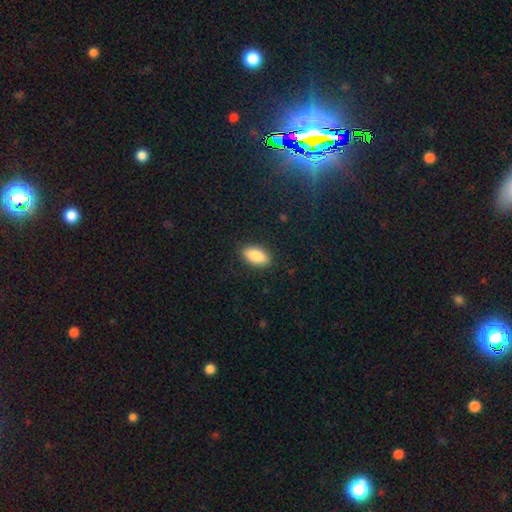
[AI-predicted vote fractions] This appears to be a smooth galaxy with no disk features (87%) that is in between round and cigar-shaped (91%). Merging: none (88%).